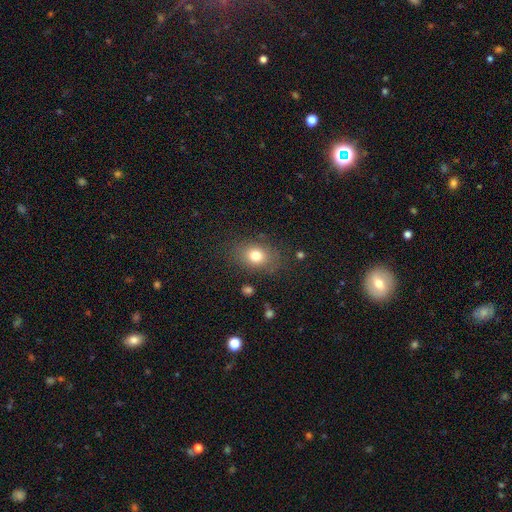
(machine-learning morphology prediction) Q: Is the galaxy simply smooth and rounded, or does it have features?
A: smooth — 78%.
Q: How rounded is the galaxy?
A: in between — 64%.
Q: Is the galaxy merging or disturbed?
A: none — 80%.